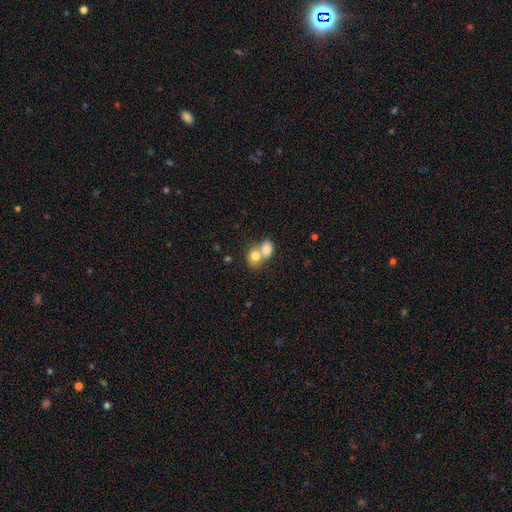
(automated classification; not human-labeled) A smooth galaxy with no disk features (77%) that is round (52%). Merging: merger (69%).